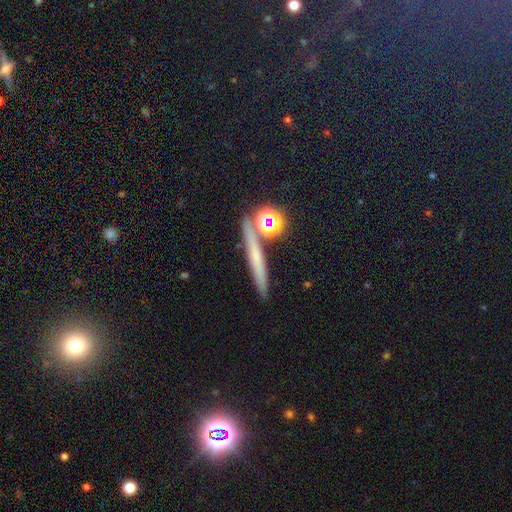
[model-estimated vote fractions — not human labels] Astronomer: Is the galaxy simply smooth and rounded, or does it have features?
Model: smooth — 42% (runner-up: star or artifact, 33%).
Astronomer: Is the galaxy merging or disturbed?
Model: none — 83%.